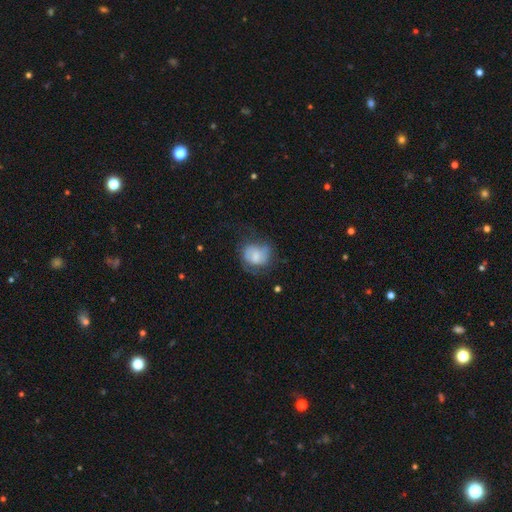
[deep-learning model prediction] A smooth galaxy with no disk features (53%) that is round (62%).

Vote fractions:
- Smooth or featured? smooth: 53% / featured or disk: 39% / star or artifact: 8%
- How rounded? round: 62% / in between: 37% / cigar-shaped: 1%
- Merging? none: 46% / minor disturbance: 28% / major disturbance: 23% / merger: 2%